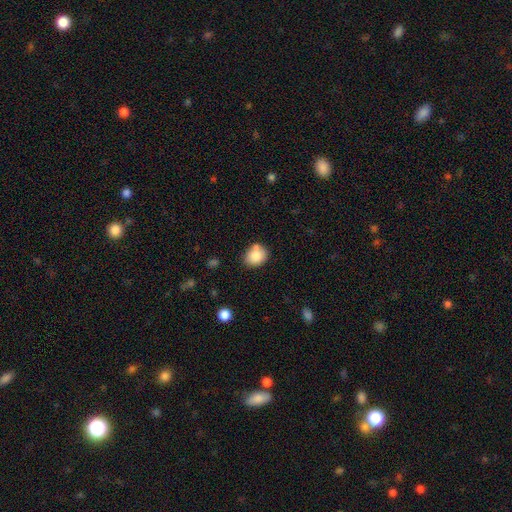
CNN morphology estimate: This is clearly a smooth galaxy (81%). How rounded: possibly round (58%). Merging: likely none (66%).